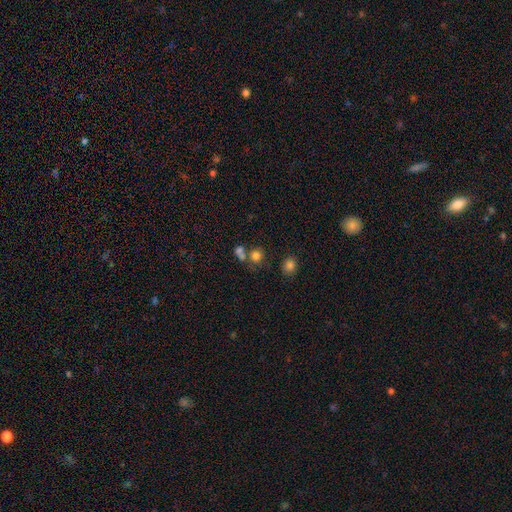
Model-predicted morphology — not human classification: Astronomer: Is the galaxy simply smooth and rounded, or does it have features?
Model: smooth — 78%.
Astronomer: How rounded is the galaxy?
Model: round — 79%.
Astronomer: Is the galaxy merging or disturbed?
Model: none — 53% (runner-up: merger, 32%).